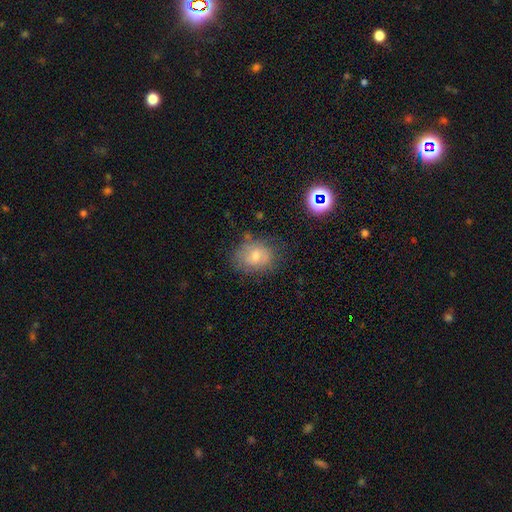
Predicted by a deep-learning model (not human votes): A smooth galaxy with no disk features (57%) that is in between round and cigar-shaped (54%).

Vote fractions:
- Smooth or featured? smooth: 57% / featured or disk: 27% / star or artifact: 16%
- How rounded? in between: 54% / round: 45% / cigar-shaped: 1%
- Merging? none: 70% / minor disturbance: 21% / major disturbance: 7% / merger: 2%